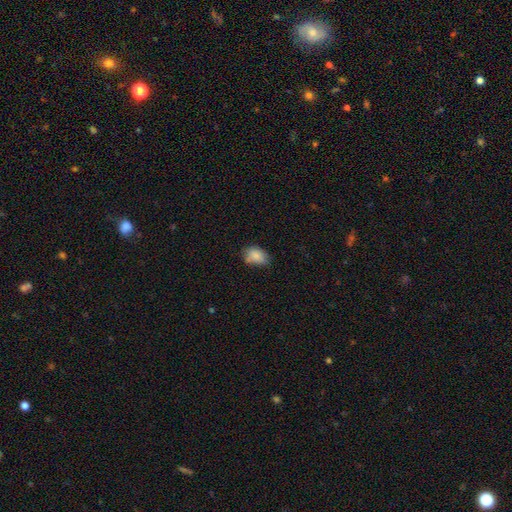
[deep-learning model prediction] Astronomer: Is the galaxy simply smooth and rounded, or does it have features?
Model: smooth — 84%.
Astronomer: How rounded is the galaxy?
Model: in between — 79%.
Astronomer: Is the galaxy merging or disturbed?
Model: none — 52% (runner-up: minor disturbance, 35%).